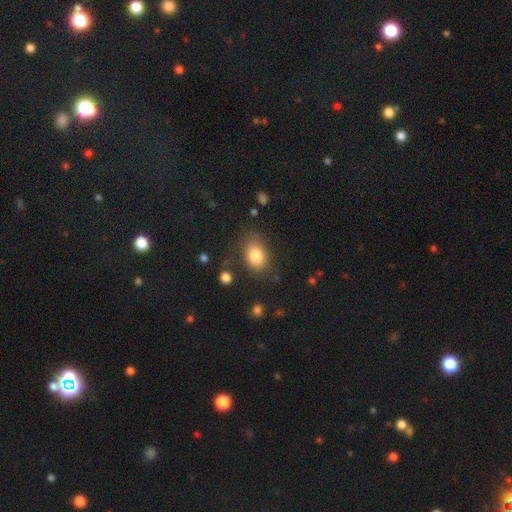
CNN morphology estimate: type=smooth (83%); roundness=in between (75%); merging=none (75%).